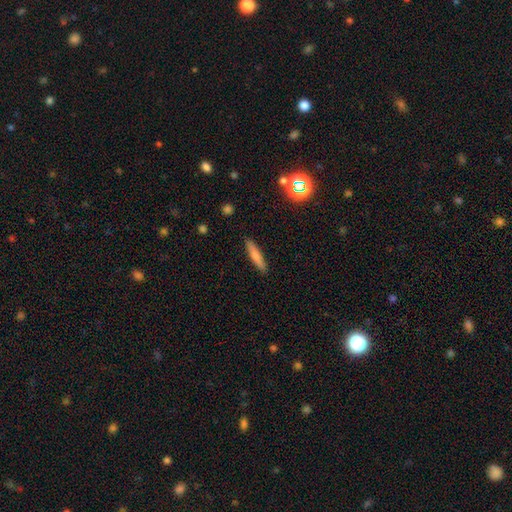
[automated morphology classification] This appears to be a smooth galaxy with no disk features (74%) that is cigar-shaped (88%). Merging: none (89%).